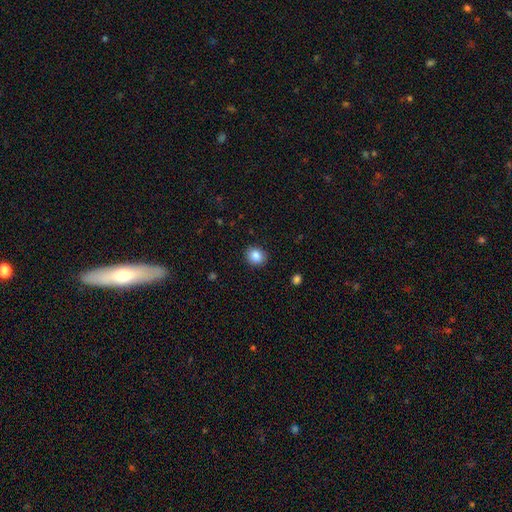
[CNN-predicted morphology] Smooth or featured? smooth (86%)
How rounded? round (73%)
Merging? none (90%)